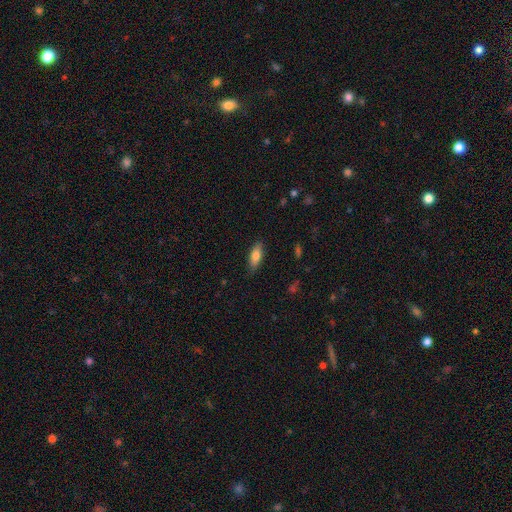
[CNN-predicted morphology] type=smooth (74%); roundness=in between (69%); merging=none (84%).